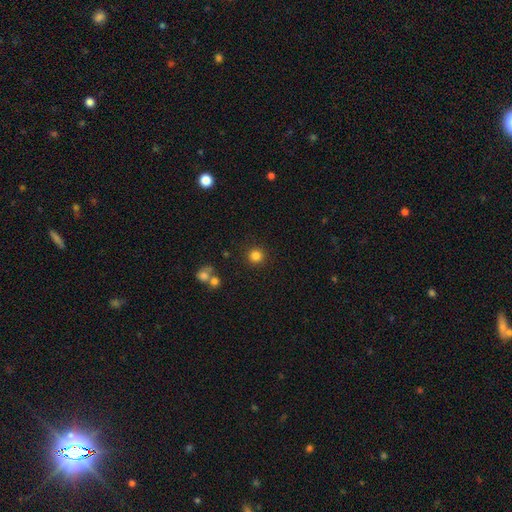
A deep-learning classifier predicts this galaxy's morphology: Q: Smooth or featured?
A: smooth (83%); runner-up: star or artifact (12%)
Q: How rounded?
A: round (94%); runner-up: in between (5%)
Q: Merging?
A: none (89%); runner-up: minor disturbance (6%)